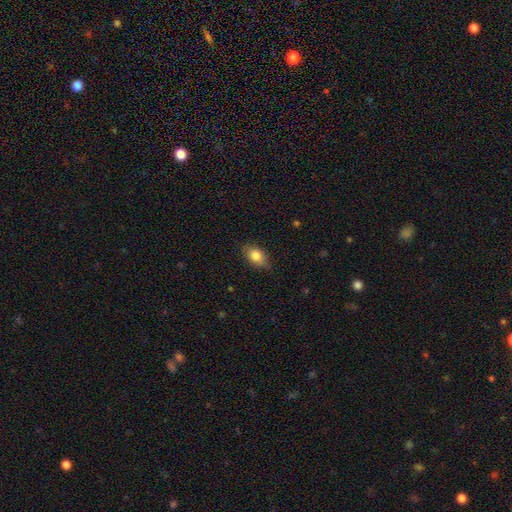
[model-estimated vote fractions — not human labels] Morphology: type=smooth (81%); roundness=in between (81%); merging=none (80%).